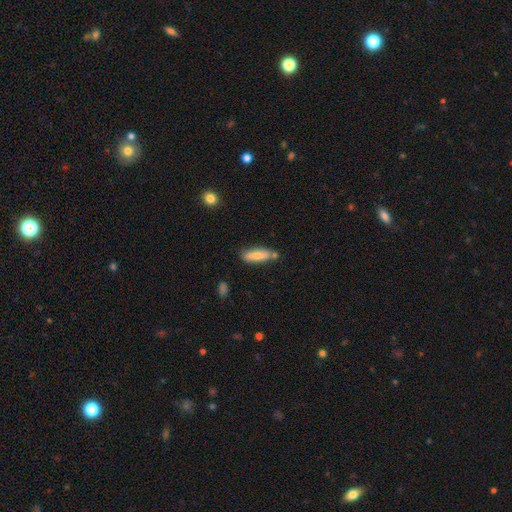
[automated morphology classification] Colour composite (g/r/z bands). It shows a smooth galaxy with no disk features (75%) that is cigar-shaped (65%). Merging: none (72%).